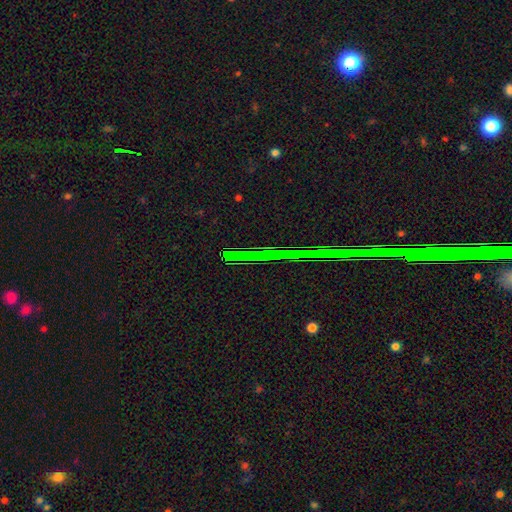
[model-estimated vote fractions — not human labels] This is likely a star or artifact rather than a galaxy (75%).